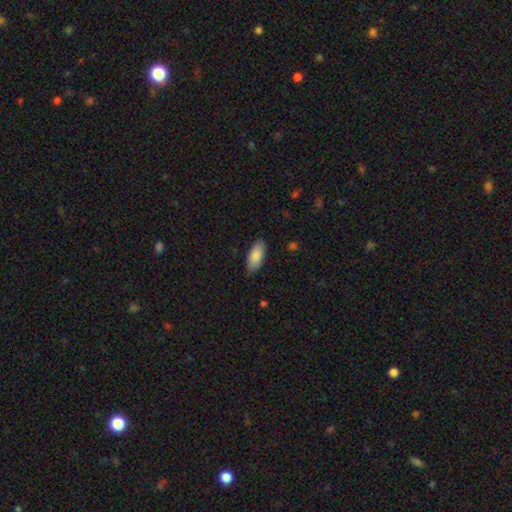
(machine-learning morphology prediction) A smooth galaxy with no disk features (86%) that is in between round and cigar-shaped (87%). Merging: none (81%).